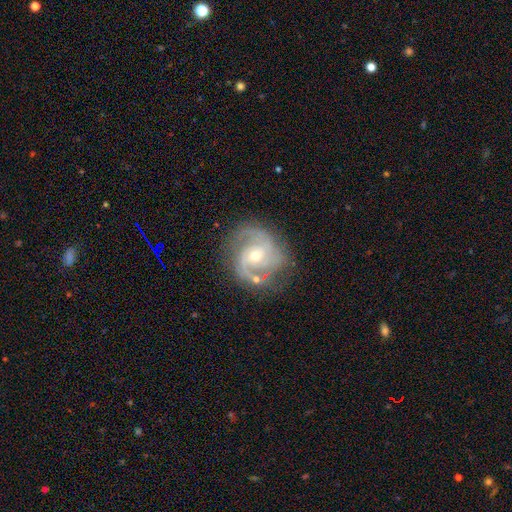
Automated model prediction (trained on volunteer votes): Smooth or featured? Predicted: featured or disk (p=0.89). Edge-on disk? Predicted: no (p=0.98). Bar? Predicted: no (p=0.55). Spiral arms? Predicted: yes (p=0.97). Spiral winding? Predicted: medium (p=0.49). Spiral arm count? Predicted: 2 (p=0.61). Bulge size? Predicted: small (p=0.49). Merging? Predicted: none (p=0.72).